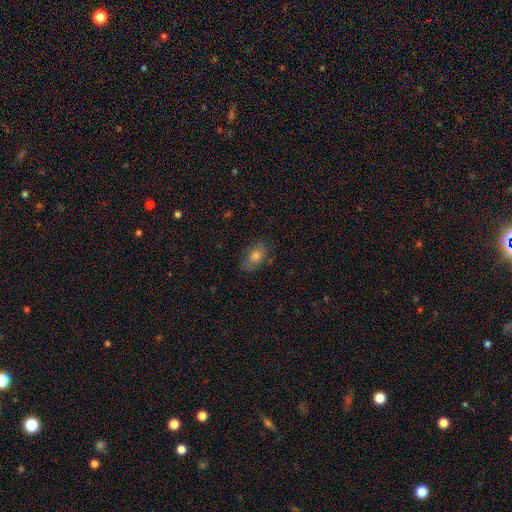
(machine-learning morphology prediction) This appears to be a smooth galaxy with no disk features (70%) that is in between round and cigar-shaped (86%). Merging: none (75%).